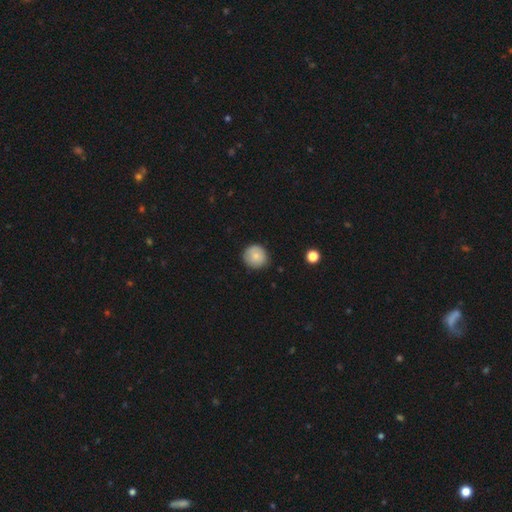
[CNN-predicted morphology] Smooth or featured? Predicted: smooth (p=0.80). How rounded? Predicted: round (p=0.92). Merging? Predicted: none (p=0.84).